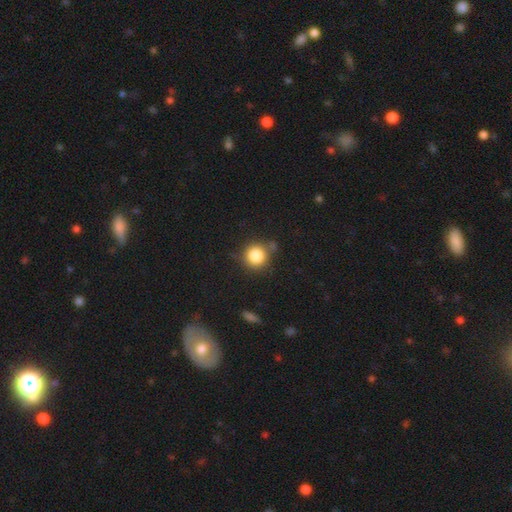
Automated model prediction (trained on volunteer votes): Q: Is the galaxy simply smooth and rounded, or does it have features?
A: smooth — 84%.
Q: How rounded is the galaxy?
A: round — 92%.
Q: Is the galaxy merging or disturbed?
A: none — 76%.